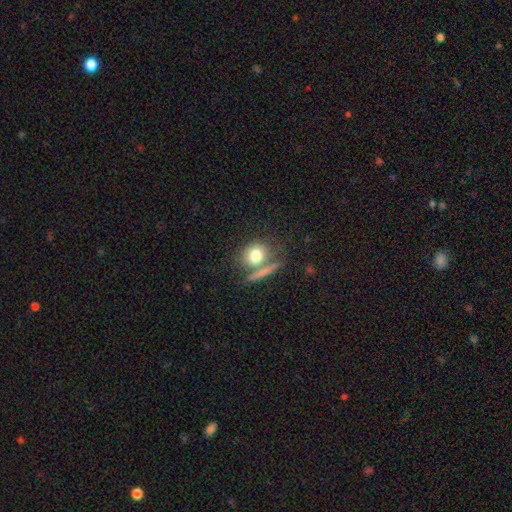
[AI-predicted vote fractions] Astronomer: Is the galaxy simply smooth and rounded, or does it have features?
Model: smooth — 75%.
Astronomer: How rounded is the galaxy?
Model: round — 70%.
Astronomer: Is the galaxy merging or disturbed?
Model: none — 55%.